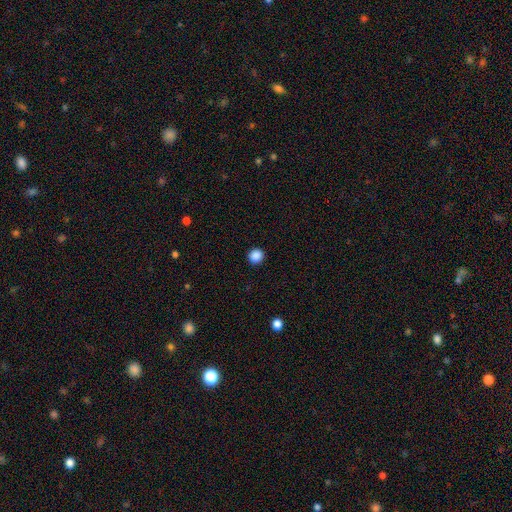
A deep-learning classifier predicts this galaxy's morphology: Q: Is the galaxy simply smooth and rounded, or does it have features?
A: smooth — 88%.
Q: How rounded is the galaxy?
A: round — 93%.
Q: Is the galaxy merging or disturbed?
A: none — 93%.